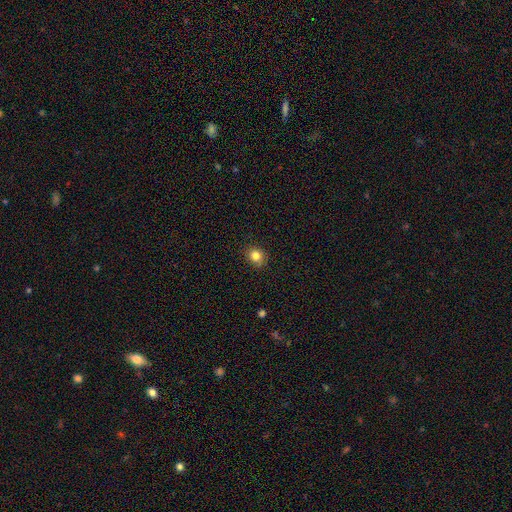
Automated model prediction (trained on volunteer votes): Q: Smooth or featured?
A: smooth (83%); runner-up: star or artifact (12%)
Q: How rounded?
A: round (73%); runner-up: in between (26%)
Q: Merging?
A: none (87%); runner-up: minor disturbance (9%)